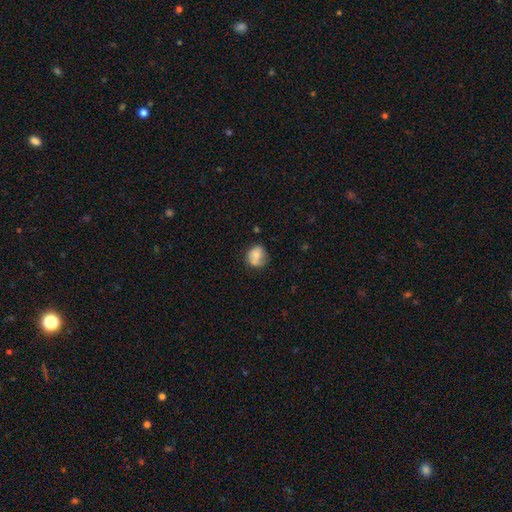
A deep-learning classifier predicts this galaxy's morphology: A smooth galaxy with no disk features (65%) that is round (69%). Merging: none (47%).